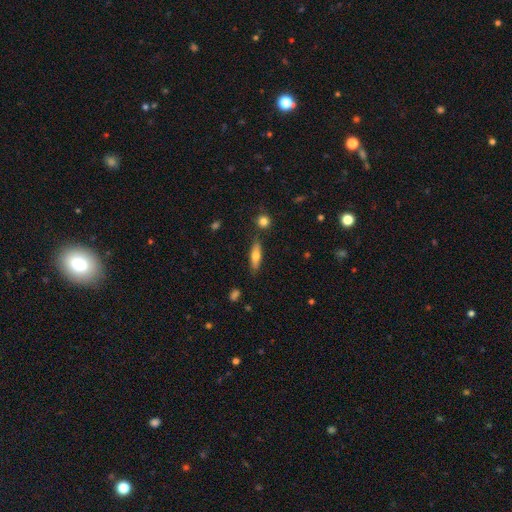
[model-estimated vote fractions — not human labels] smooth-or-featured: smooth: 64% | featured or disk: 29% | star or artifact: 6%
  how-rounded: cigar-shaped: 58% | in between: 39% | round: 2%
  merging: none: 81% | minor disturbance: 12% | merger: 4% | major disturbance: 3%